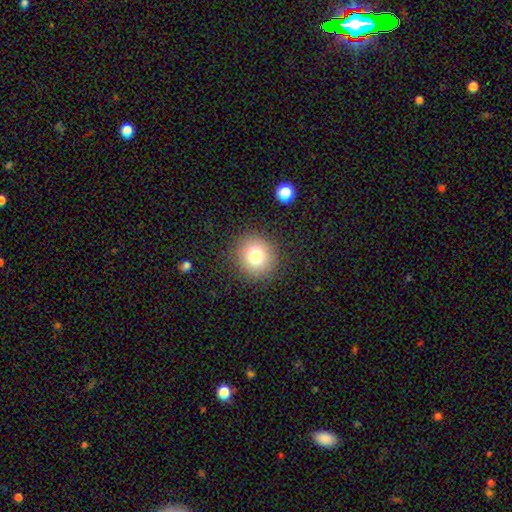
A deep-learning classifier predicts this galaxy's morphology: A smooth galaxy with no disk features (79%) that is round (86%).

Vote fractions:
- Smooth or featured? smooth: 79% / star or artifact: 12% / featured or disk: 10%
- How rounded? round: 86% / in between: 13% / cigar-shaped: 1%
- Merging? none: 88% / minor disturbance: 8% / major disturbance: 3% / merger: 1%